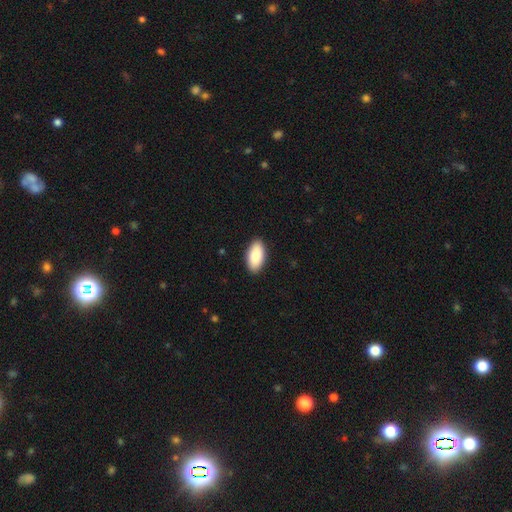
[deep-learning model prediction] Morphology: type=smooth (89%); roundness=in between (94%); merging=none (90%).